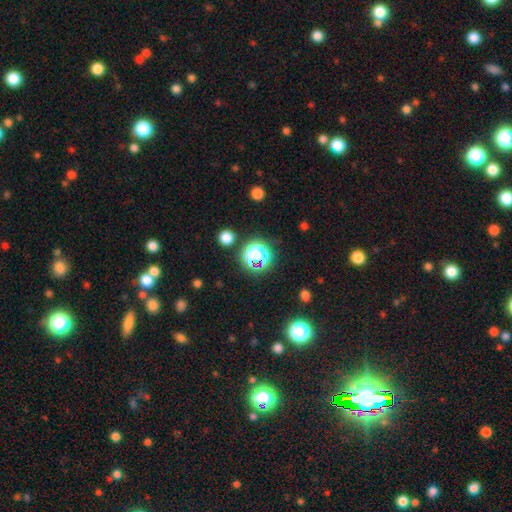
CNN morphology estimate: This is possibly a star or artifact rather than a galaxy (52%).